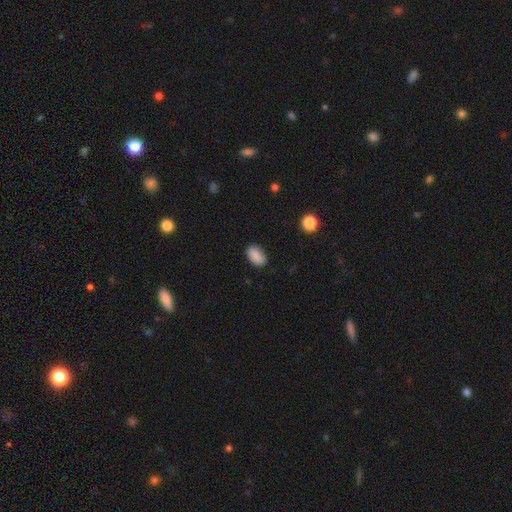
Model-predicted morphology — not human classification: smooth 87%, star or artifact 8%, featured or disk 5%. Down the decision tree: how rounded — in between (87%); merging — none (81%).